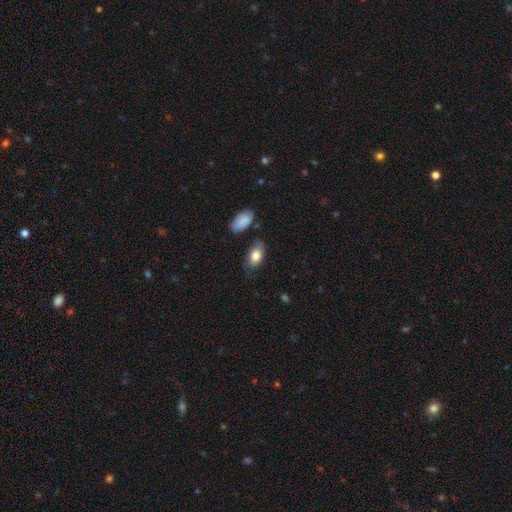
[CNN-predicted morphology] smooth_or_featured: smooth (p=0.80) [alt: featured or disk p=0.14]
how_rounded: in between (p=0.93) [alt: round p=0.04]
merging: none (p=0.68) [alt: minor disturbance p=0.22]